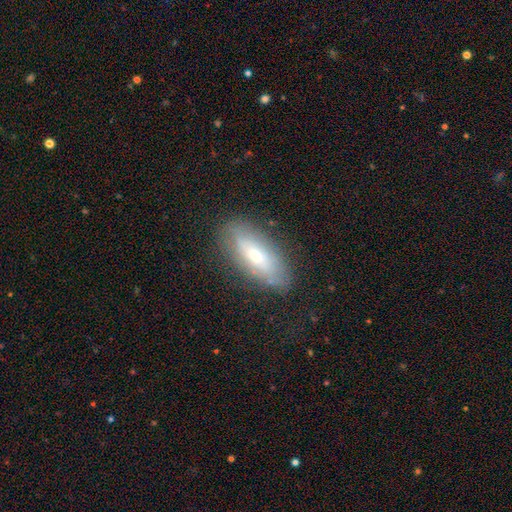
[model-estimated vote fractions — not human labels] Overall: smooth (51%; featured or disk 41%). How rounded: in between (70%). Merging: none (80%).